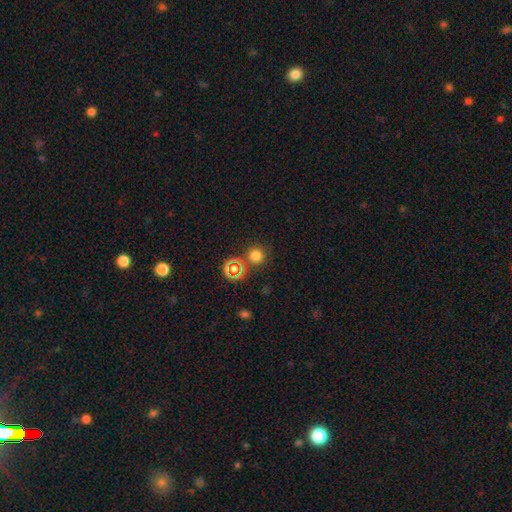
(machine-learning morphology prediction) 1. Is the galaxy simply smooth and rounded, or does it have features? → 72% smooth, 22% star or artifact, 5% featured or disk.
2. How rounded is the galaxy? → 93% round, 6% in between, 1% cigar-shaped.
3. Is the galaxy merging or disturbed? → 78% none, 10% merger, 8% minor disturbance, 3% major disturbance.